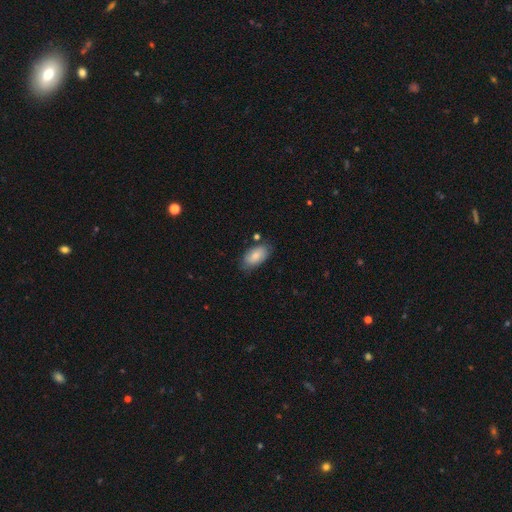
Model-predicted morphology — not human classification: This is clearly a smooth galaxy (81%). How rounded: clearly in between (93%). Merging: likely none (77%).